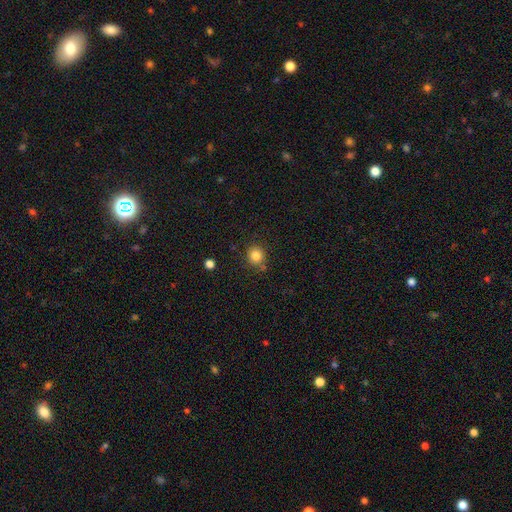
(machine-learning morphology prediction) A smooth galaxy with no disk features (84%) that is round (90%).

Vote fractions:
- Smooth or featured? smooth: 84% / star or artifact: 11% / featured or disk: 5%
- How rounded? round: 90% / in between: 9% / cigar-shaped: 1%
- Merging? none: 80% / minor disturbance: 11% / merger: 6% / major disturbance: 3%